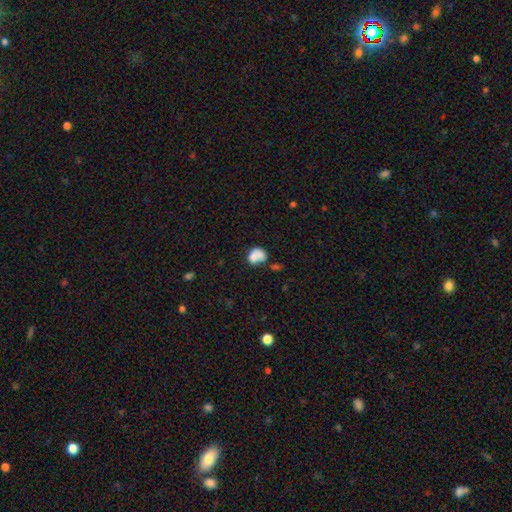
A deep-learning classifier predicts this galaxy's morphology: This appears to be a smooth galaxy with no disk features (69%) that is in between round and cigar-shaped (51%). Merging: merger (46%).